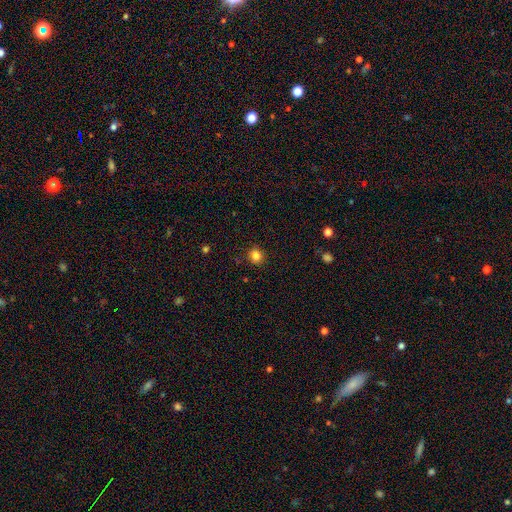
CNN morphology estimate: The model was most divided on "smooth or featured": smooth: 83%, star or artifact: 13%, featured or disk: 4%. More confident: merging — none (89%); how rounded — round (88%).